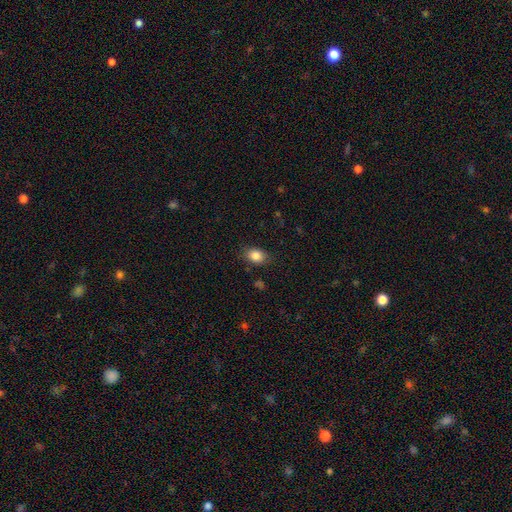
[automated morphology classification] Q: Smooth or featured?
A: smooth (85%); runner-up: star or artifact (9%)
Q: How rounded?
A: in between (75%); runner-up: round (24%)
Q: Merging?
A: none (83%); runner-up: minor disturbance (13%)